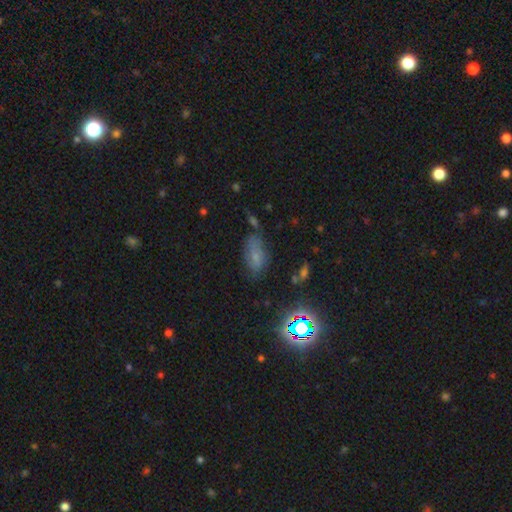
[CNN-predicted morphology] Q: Smooth or featured?
A: smooth (54%); runner-up: star or artifact (26%)
Q: How rounded?
A: in between (85%); runner-up: cigar-shaped (9%)
Q: Merging?
A: none (58%); runner-up: minor disturbance (27%)